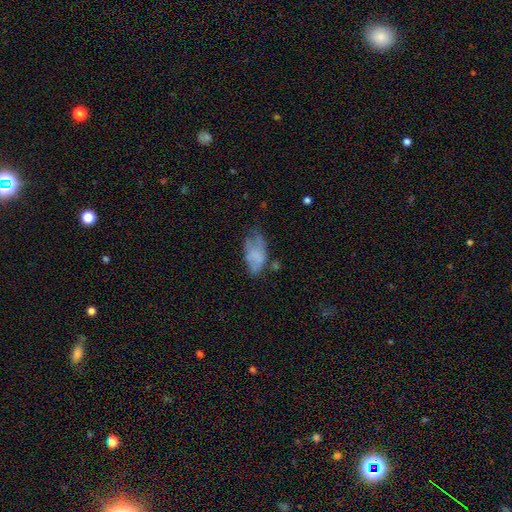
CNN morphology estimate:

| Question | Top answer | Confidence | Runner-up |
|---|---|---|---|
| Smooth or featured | smooth | 57% | featured or disk (33%) |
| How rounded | in between | 92% | round (4%) |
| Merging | none | 38% | minor disturbance (33%) |